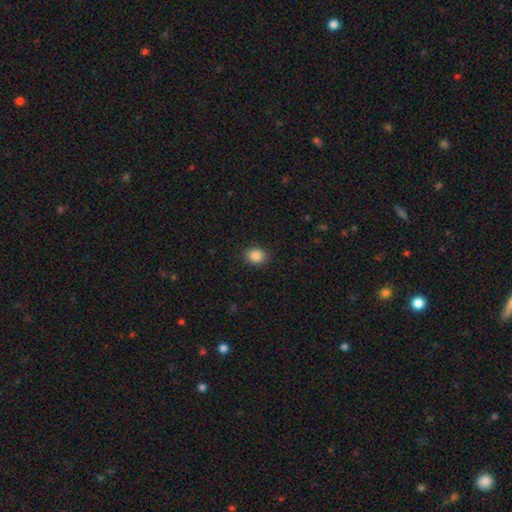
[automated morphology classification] smooth_or_featured: smooth (p=0.86) [alt: star or artifact p=0.10]
how_rounded: round (p=0.63) [alt: in between p=0.36]
merging: none (p=0.90) [alt: minor disturbance p=0.07]